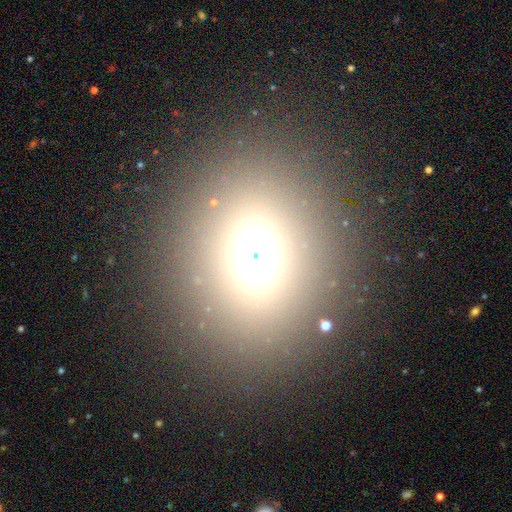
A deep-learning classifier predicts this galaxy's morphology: This is possibly a smooth galaxy (58%). How rounded: likely round (67%). Merging: clearly none (85%).